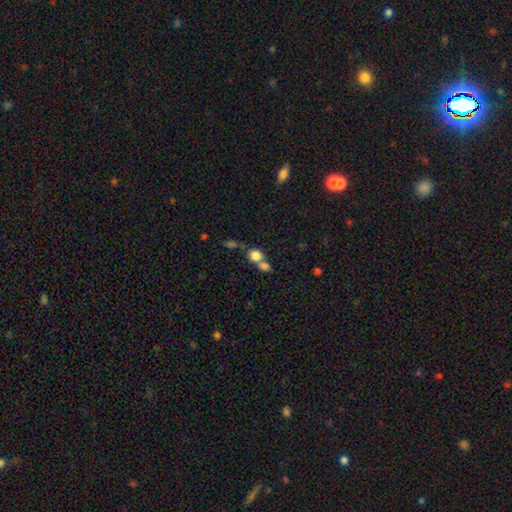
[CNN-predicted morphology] A smooth galaxy with no disk features (78%) that is round (70%).

Vote fractions:
- Smooth or featured? smooth: 78% / star or artifact: 12% / featured or disk: 11%
- How rounded? round: 70% / in between: 28% / cigar-shaped: 2%
- Merging? merger: 56% / none: 31% / minor disturbance: 7% / major disturbance: 5%